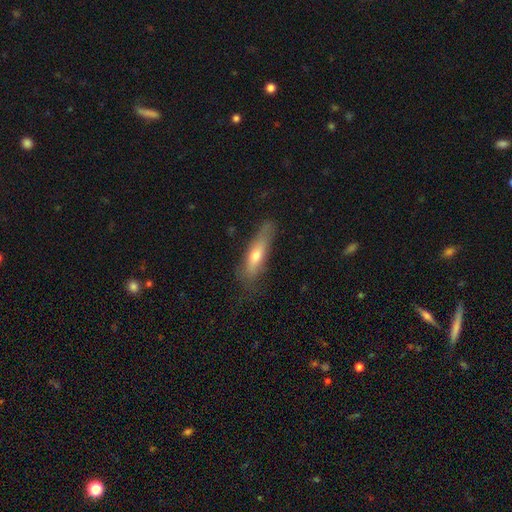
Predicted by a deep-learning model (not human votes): Morphology: type=smooth (57%); roundness=cigar-shaped (69%); merging=none (67%).